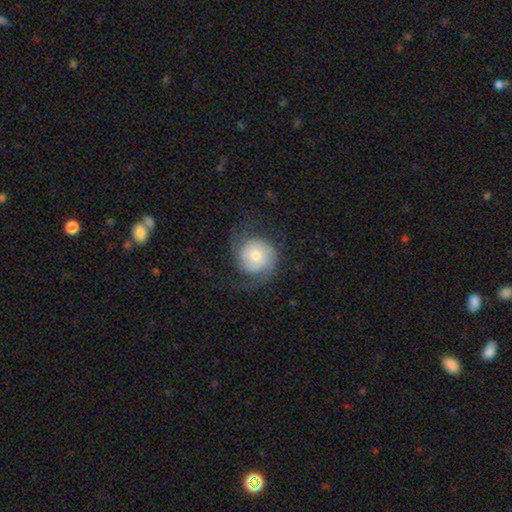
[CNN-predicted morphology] Smooth or featured: featured or disk — 57% (smooth — 35%)
Edge-on disk: no — 98% (yes — 2%)
Bar: no — 74% (weak — 22%)
Spiral arms: yes — 86% (no — 14%)
Bulge size: moderate — 51% (small — 36%)
Merging: none — 62% (major disturbance — 18%)